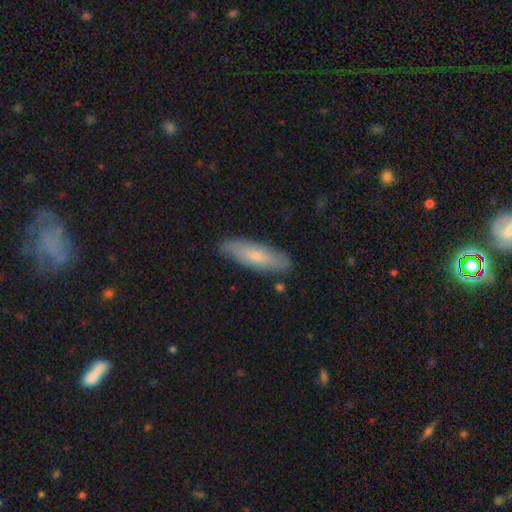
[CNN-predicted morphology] type=smooth (64%); roundness=cigar-shaped (51%); merging=none (83%).